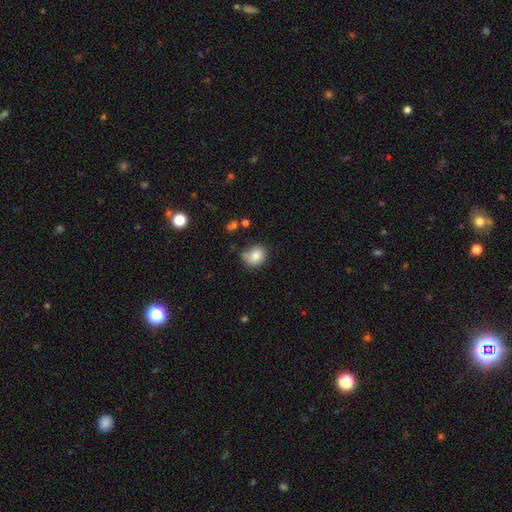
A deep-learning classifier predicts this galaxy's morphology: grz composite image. It shows a smooth galaxy with no disk features (81%) that is round (65%). Merging: none (58%).